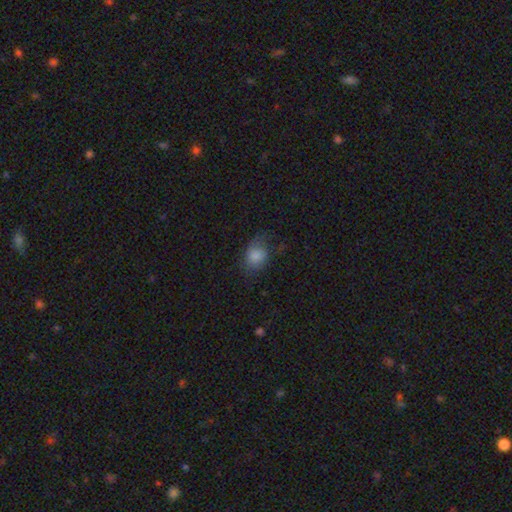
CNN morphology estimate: This is likely a smooth galaxy (79%). How rounded: likely in between (68%). Merging: possibly none (51%).